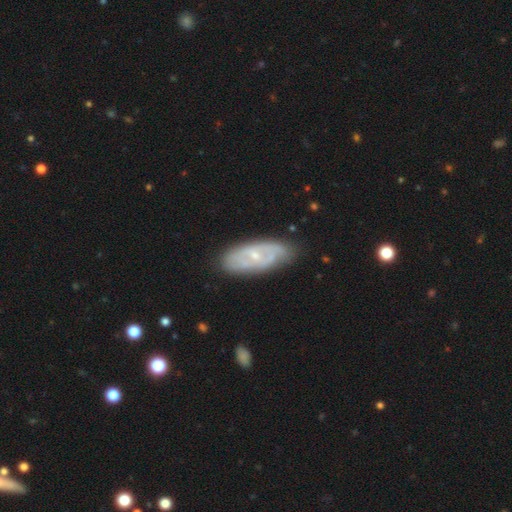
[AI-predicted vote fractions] featured or disk 66%, smooth 28%, star or artifact 6%. Down the decision tree: edge-on disk — no (88%); bar — no (58%); spiral arms — yes (68%); bulge size — small (70%); merging — none (77%).